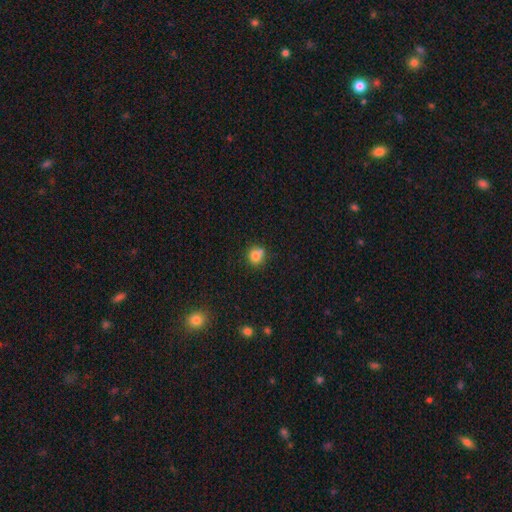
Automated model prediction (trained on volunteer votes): Smooth or featured? Predicted: smooth (p=0.79). How rounded? Predicted: round (p=0.85). Merging? Predicted: none (p=0.57).